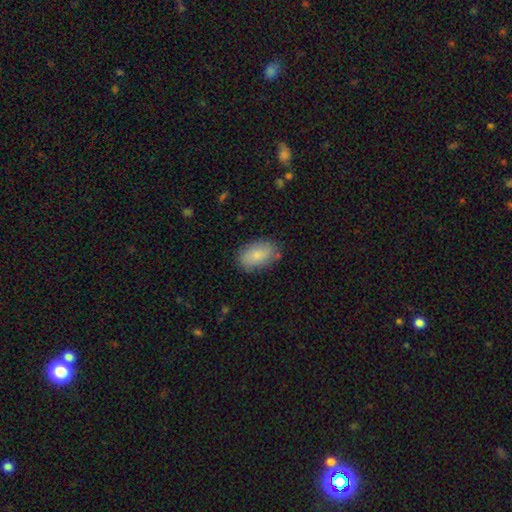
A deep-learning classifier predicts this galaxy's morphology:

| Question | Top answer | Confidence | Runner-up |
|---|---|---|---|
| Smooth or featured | smooth | 82% | featured or disk (12%) |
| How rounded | in between | 92% | round (7%) |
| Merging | none | 78% | minor disturbance (16%) |